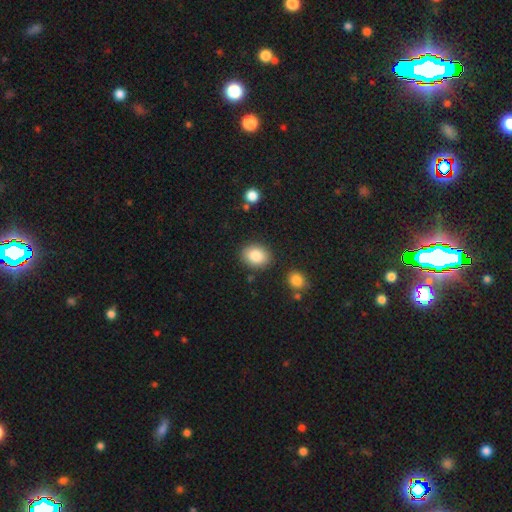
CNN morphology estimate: A smooth galaxy with no disk features (84%) that is in between round and cigar-shaped (50%). Merging: none (85%).